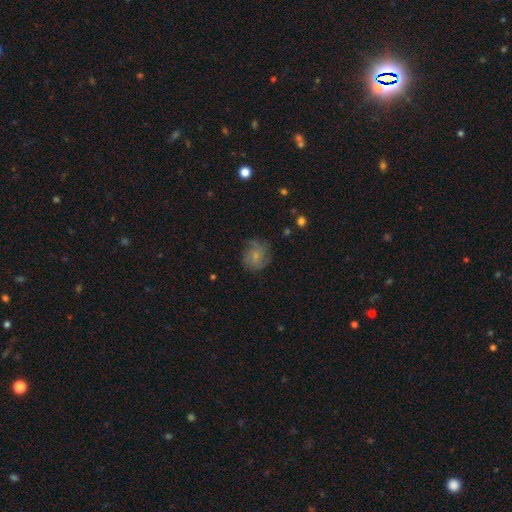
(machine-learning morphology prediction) Q: Smooth or featured?
A: smooth (45%); tied with: featured or disk (45%)
Q: Merging?
A: none (66%); runner-up: minor disturbance (22%)